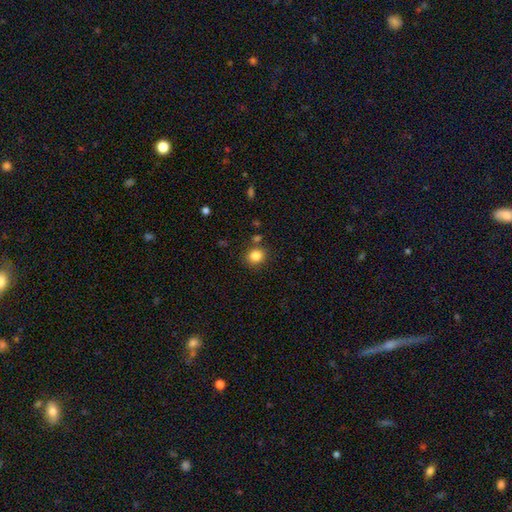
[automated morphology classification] Smooth or featured? Predicted: smooth (p=0.85). How rounded? Predicted: round (p=0.80). Merging? Predicted: none (p=0.82).